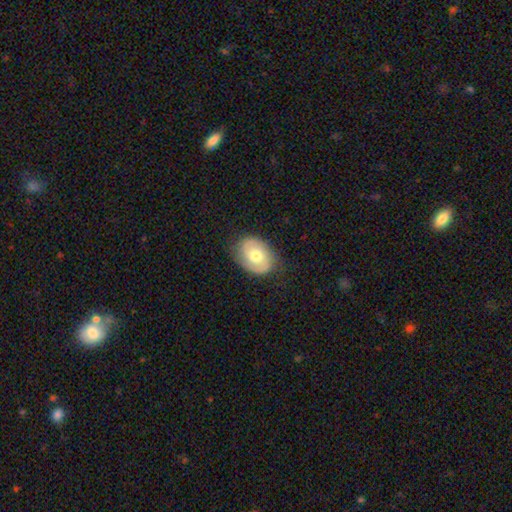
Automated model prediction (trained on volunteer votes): This appears to be a featured or disk galaxy (56%) with no bar (69%), spiral arms (77%) and a moderate central bulge (74%). Merging: none (78%).